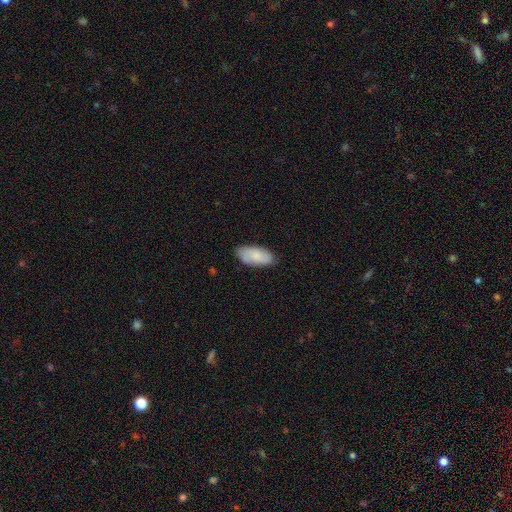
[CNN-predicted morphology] The model was most divided on "merging": none: 79%, minor disturbance: 17%, major disturbance: 3%, merger: 1%. More confident: how rounded — in between (91%); smooth or featured — smooth (79%).